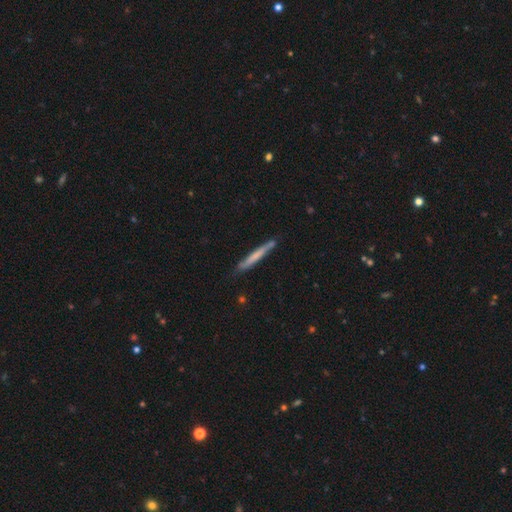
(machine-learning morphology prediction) Smooth or featured? smooth (61%)
How rounded? cigar-shaped (96%)
Merging? none (82%)